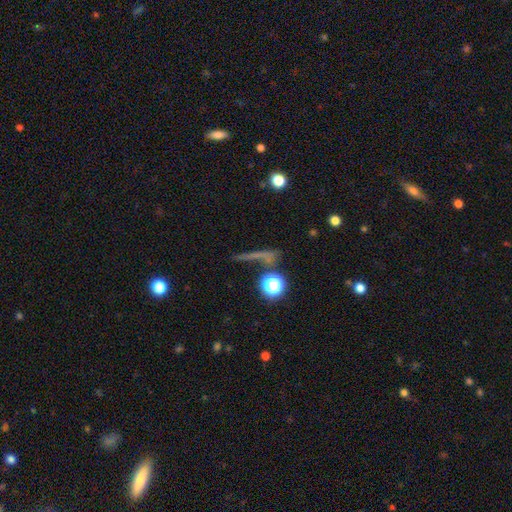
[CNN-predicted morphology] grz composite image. It shows a smooth galaxy with no disk features (42%). Merging: none (66%).